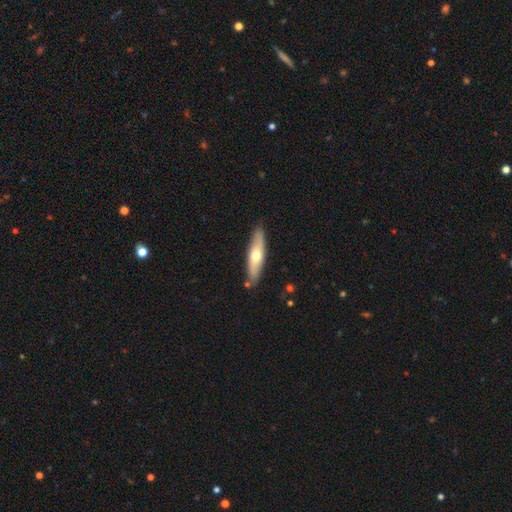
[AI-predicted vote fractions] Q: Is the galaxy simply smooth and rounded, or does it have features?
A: smooth — 54%.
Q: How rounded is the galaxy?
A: cigar-shaped — 69%.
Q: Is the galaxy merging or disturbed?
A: none — 85%.